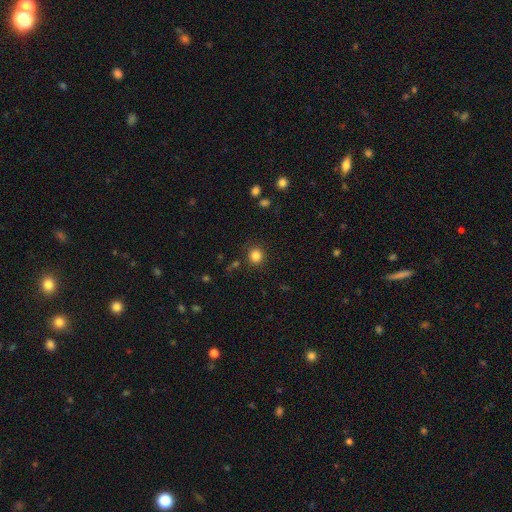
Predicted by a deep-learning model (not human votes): This is clearly a smooth galaxy (84%). How rounded: clearly round (90%). Merging: clearly none (88%).